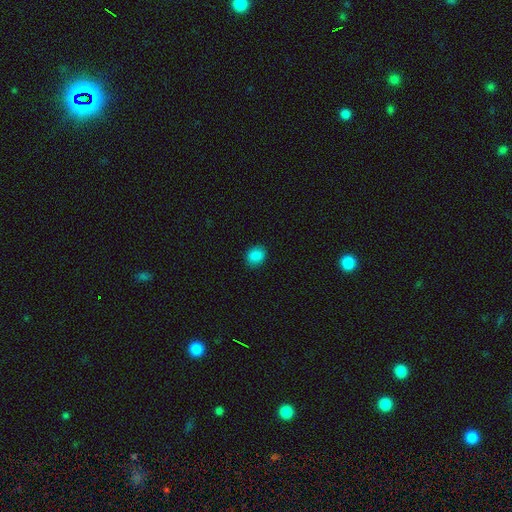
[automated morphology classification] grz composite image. It shows a smooth galaxy with no disk features (87%) that is round (56%). Merging: none (87%).